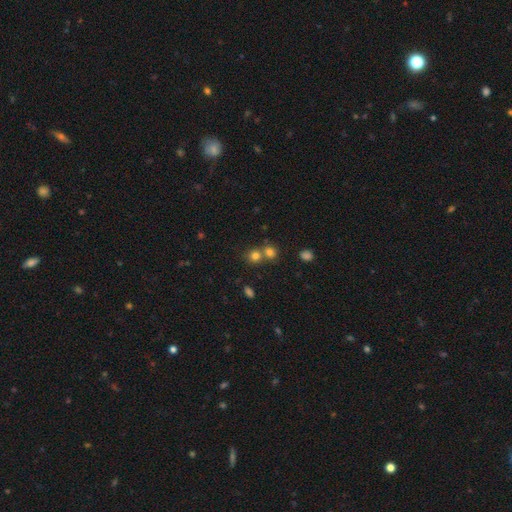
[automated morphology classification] Overall: smooth (75%). How rounded: round (85%). Merging: none (53%; merger 39%).